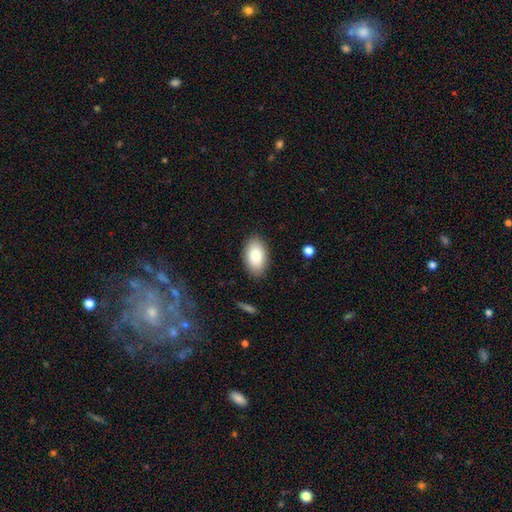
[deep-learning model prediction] This appears to be a smooth galaxy with no disk features (85%) that is in between round and cigar-shaped (94%). Merging: none (88%).